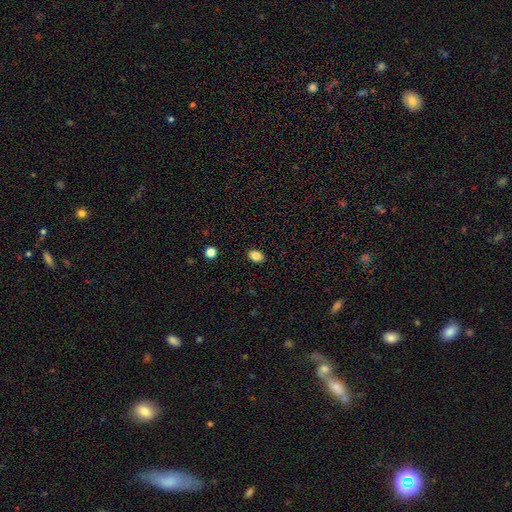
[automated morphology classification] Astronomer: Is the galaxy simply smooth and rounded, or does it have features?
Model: smooth — 85%.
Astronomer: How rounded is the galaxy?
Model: in between — 75%.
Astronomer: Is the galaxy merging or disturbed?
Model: none — 89%.